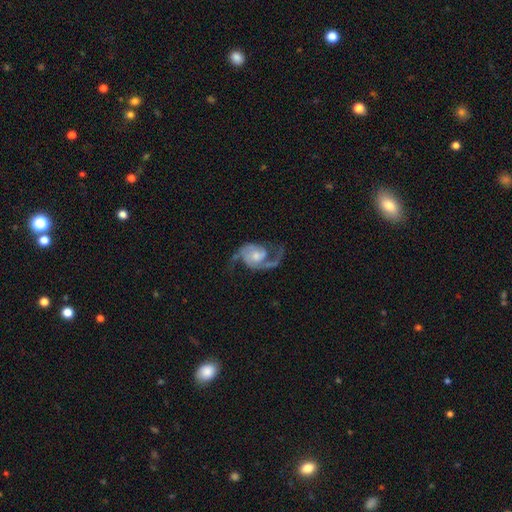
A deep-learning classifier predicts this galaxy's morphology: type=featured or disk (89%); edge-on=no (98%); bar=no (65%); spiral arms=yes (97%); winding=medium (46%); arm count=2 (91%); bulge=moderate (43%); merging=none (61%).